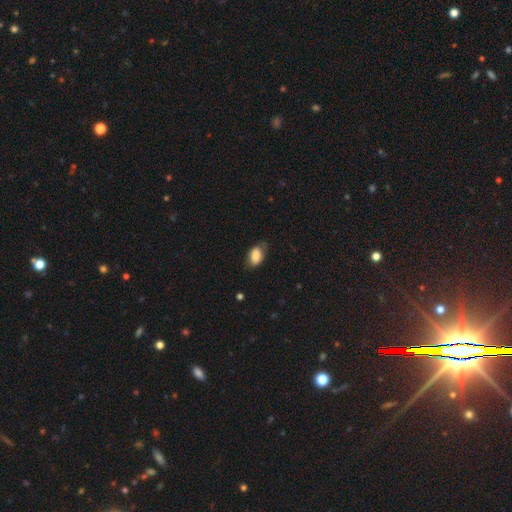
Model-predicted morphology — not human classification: Overall: smooth (83%). How rounded: in between (89%). Merging: none (68%).